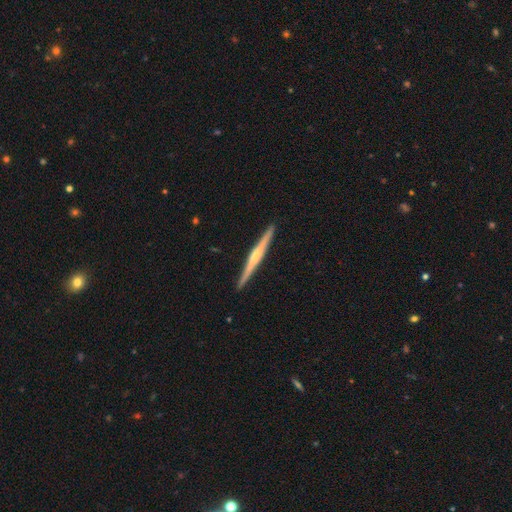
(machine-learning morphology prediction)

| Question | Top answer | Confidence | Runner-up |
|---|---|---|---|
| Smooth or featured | featured or disk | 68% | smooth (27%) |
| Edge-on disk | yes | 98% | no (2%) |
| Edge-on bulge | rounded | 57% | none (30%) |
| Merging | none | 92% | minor disturbance (6%) |